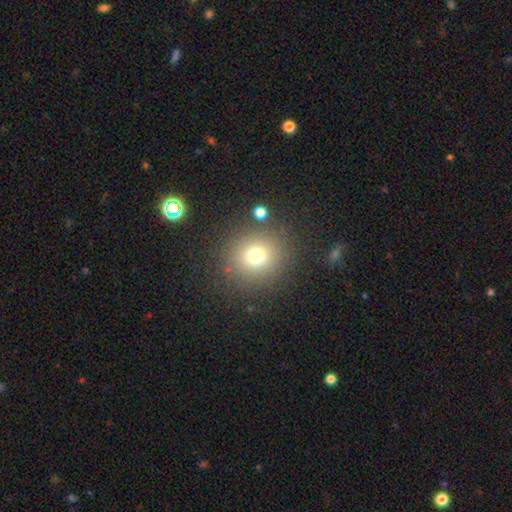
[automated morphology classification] This is likely a smooth galaxy (73%). How rounded: clearly round (89%). Merging: clearly none (85%).